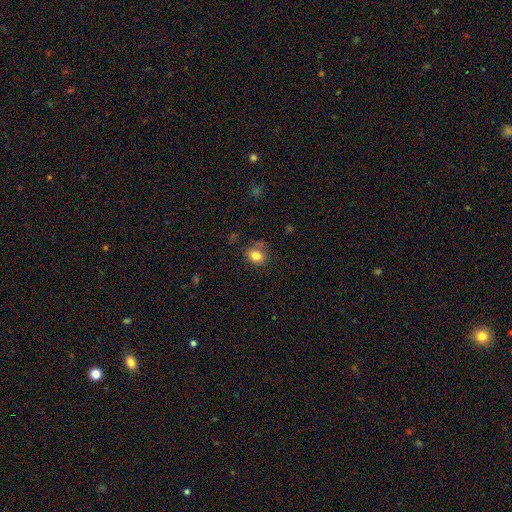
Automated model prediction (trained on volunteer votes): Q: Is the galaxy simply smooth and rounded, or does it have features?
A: smooth — 80%.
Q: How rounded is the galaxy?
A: round — 56%.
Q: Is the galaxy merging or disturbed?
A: none — 64%.